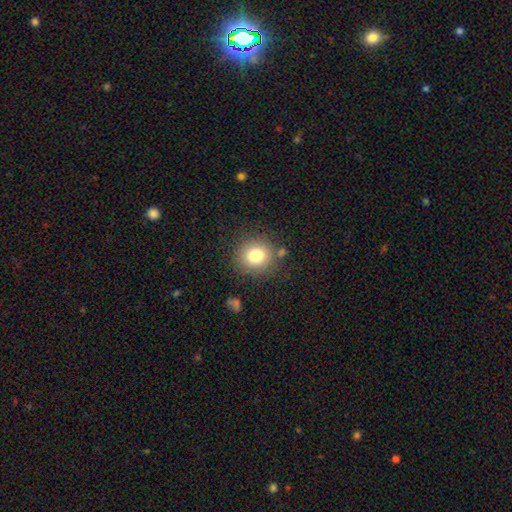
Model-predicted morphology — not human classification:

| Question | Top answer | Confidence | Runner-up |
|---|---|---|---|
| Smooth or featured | smooth | 79% | star or artifact (12%) |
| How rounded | round | 87% | in between (13%) |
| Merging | none | 83% | minor disturbance (10%) |